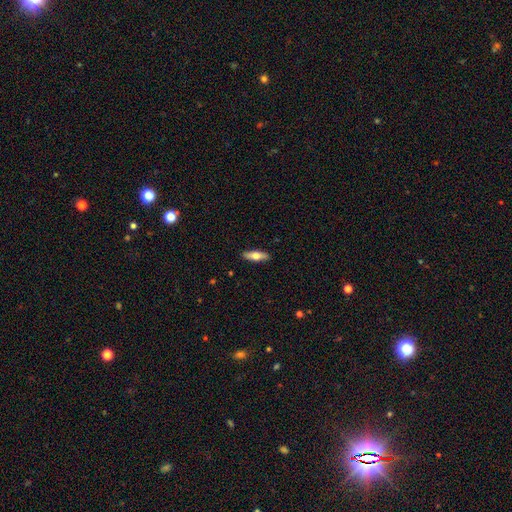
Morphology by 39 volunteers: Smooth or featured: smooth — 56% (featured or disk — 36%)
How rounded: in between — 50% (cigar-shaped — 41%)
Merging: none — 86% (minor disturbance — 11%)